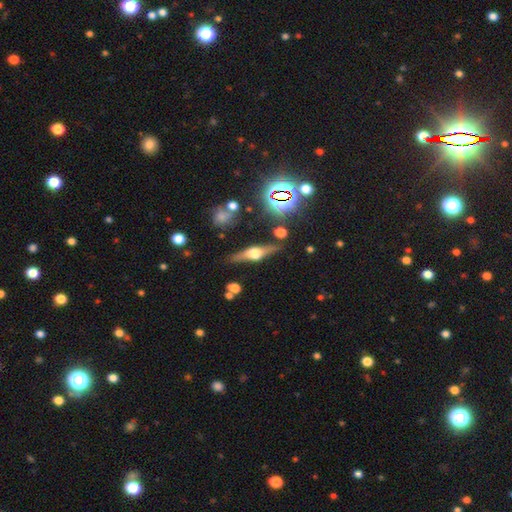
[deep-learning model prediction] Smooth or featured? featured or disk (69%)
Edge-on disk? yes (95%)
Edge-on bulge? rounded (91%)
Merging? none (82%)